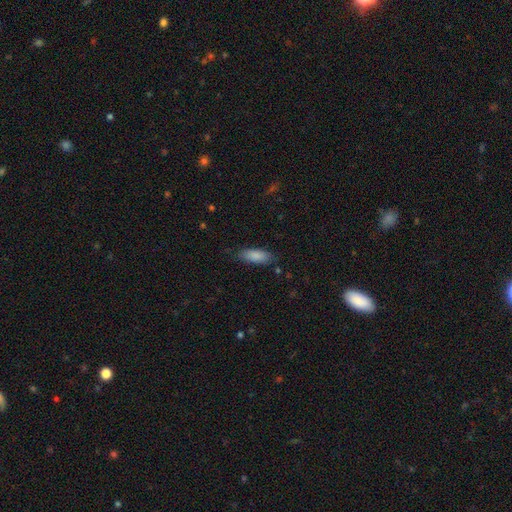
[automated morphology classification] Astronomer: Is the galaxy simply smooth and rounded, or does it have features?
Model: smooth — 86%.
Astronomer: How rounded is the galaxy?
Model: in between — 73%.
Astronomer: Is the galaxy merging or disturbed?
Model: none — 79%.